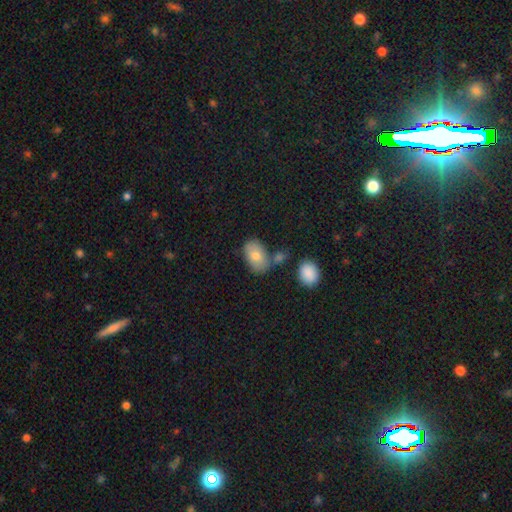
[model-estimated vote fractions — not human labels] smooth-or-featured: smooth: 76% | featured or disk: 16% | star or artifact: 8%
  how-rounded: in between: 89% | round: 10% | cigar-shaped: 1%
  merging: none: 58% | merger: 20% | minor disturbance: 17% | major disturbance: 5%